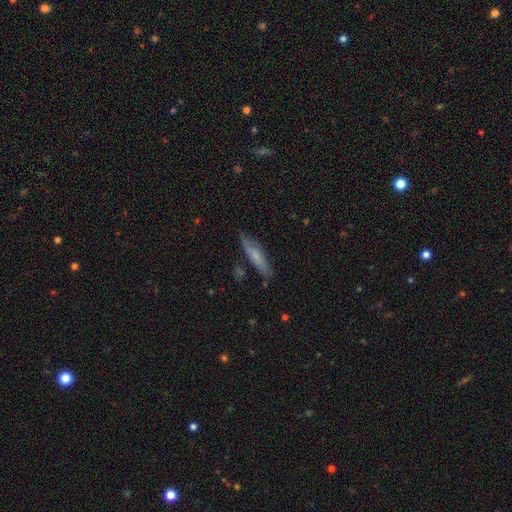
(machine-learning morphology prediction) Overall: smooth (59%; featured or disk 34%). How rounded: cigar-shaped (79%). Merging: none (74%).